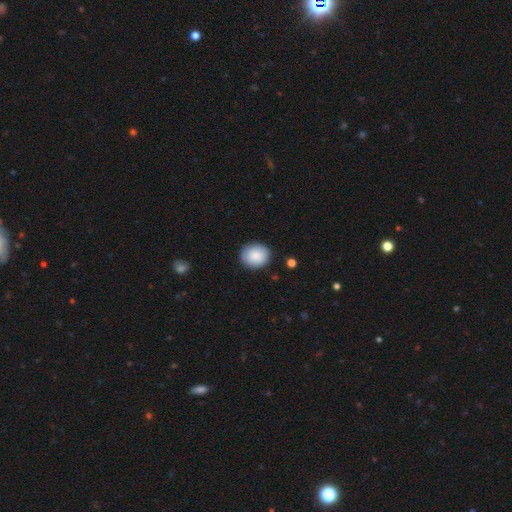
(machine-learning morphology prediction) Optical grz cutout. It shows a smooth galaxy with no disk features (86%) that is round (76%). Merging: none (86%).